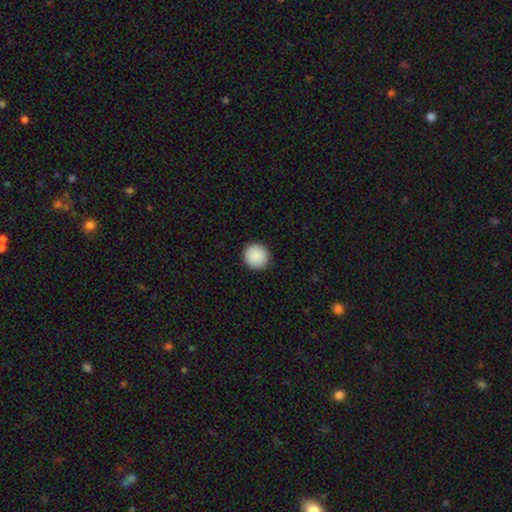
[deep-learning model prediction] Q: Smooth or featured?
A: smooth (90%); runner-up: star or artifact (8%)
Q: How rounded?
A: round (95%); runner-up: in between (4%)
Q: Merging?
A: none (93%); runner-up: minor disturbance (4%)